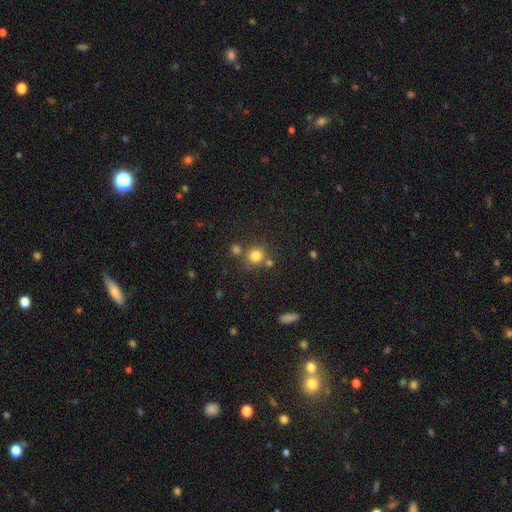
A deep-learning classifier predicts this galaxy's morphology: Smooth or featured: smooth — 80% (star or artifact — 14%)
How rounded: round — 88% (in between — 11%)
Merging: none — 68% (merger — 19%)